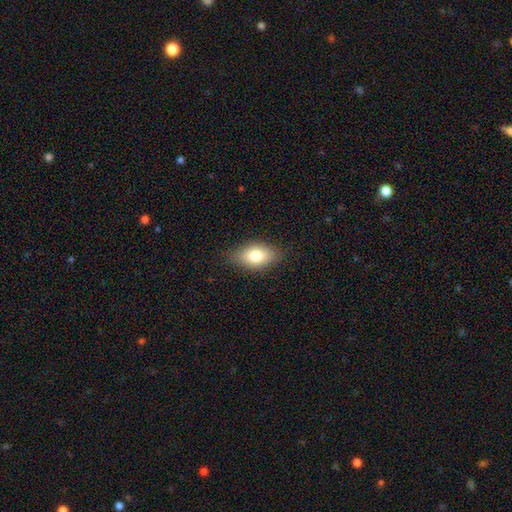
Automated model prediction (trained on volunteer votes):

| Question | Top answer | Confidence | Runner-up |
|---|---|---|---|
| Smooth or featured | smooth | 77% | featured or disk (14%) |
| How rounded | in between | 88% | round (8%) |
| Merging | none | 84% | minor disturbance (12%) |